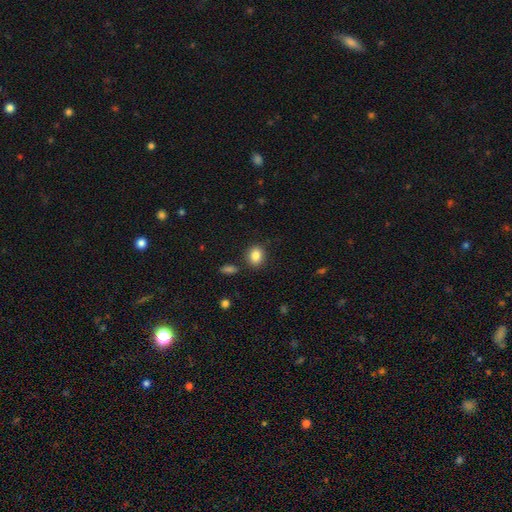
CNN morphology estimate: Smooth or featured? Predicted: smooth (p=0.85). How rounded? Predicted: round (p=0.56). Merging? Predicted: none (p=0.84).